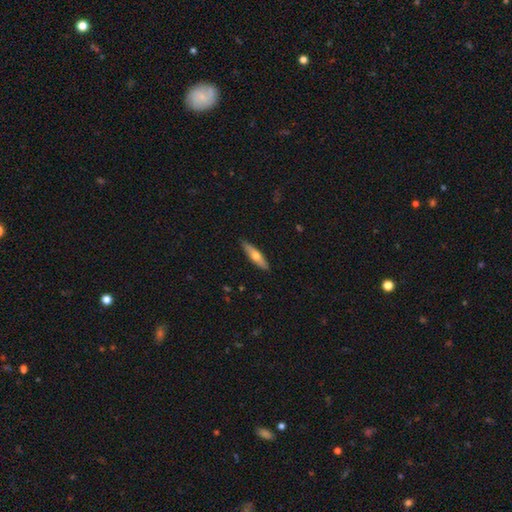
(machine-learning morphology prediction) A smooth galaxy with no disk features (56%) that is cigar-shaped (69%).

Vote fractions:
- Smooth or featured? smooth: 56% / featured or disk: 38% / star or artifact: 5%
- How rounded? cigar-shaped: 69% / in between: 29% / round: 2%
- Merging? none: 88% / minor disturbance: 9% / major disturbance: 2% / merger: 1%